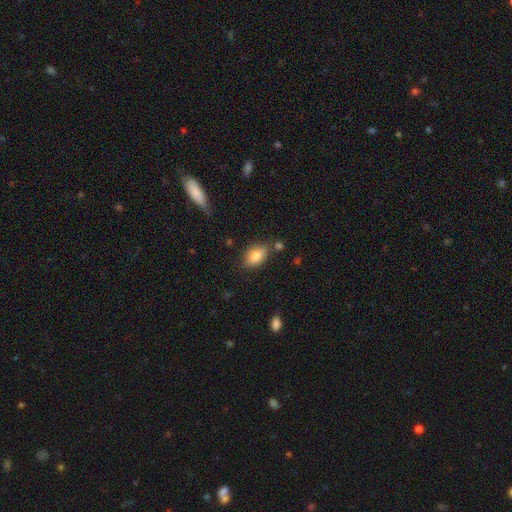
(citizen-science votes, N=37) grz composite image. It shows a smooth galaxy with no disk features (65%) that is in between round and cigar-shaped (88%). Merging: none (75%).